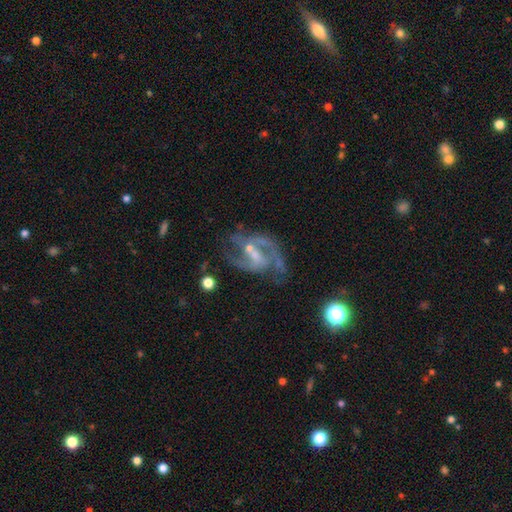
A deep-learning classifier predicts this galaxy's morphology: Smooth or featured? featured or disk (86%)
Edge-on disk? no (97%)
Bar? weak (46%)
Spiral arms? yes (94%)
Spiral winding? medium (54%)
Spiral arm count? 2 (80%)
Bulge size? small (59%)
Merging? none (53%)